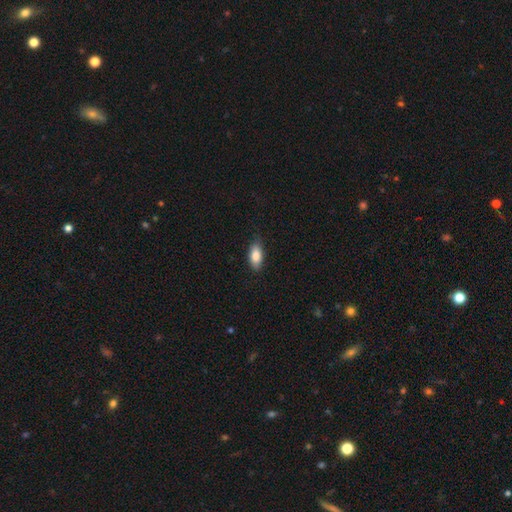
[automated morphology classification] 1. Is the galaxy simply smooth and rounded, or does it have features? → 85% smooth, 9% featured or disk, 7% star or artifact.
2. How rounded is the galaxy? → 88% in between, 9% cigar-shaped, 3% round.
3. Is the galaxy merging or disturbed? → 80% none, 17% minor disturbance, 3% major disturbance, 1% merger.